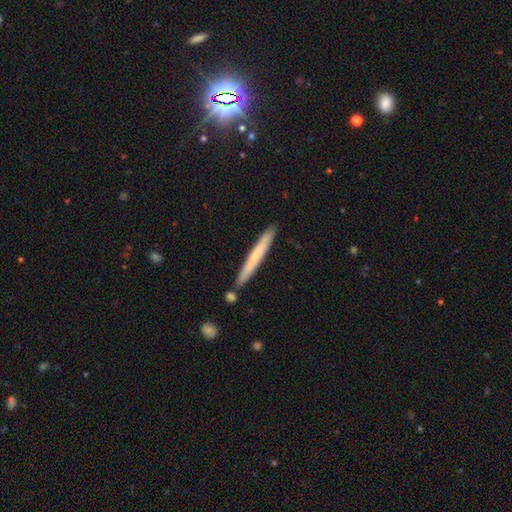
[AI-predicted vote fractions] Smooth or featured? smooth (58%)
How rounded? cigar-shaped (97%)
Merging? none (87%)